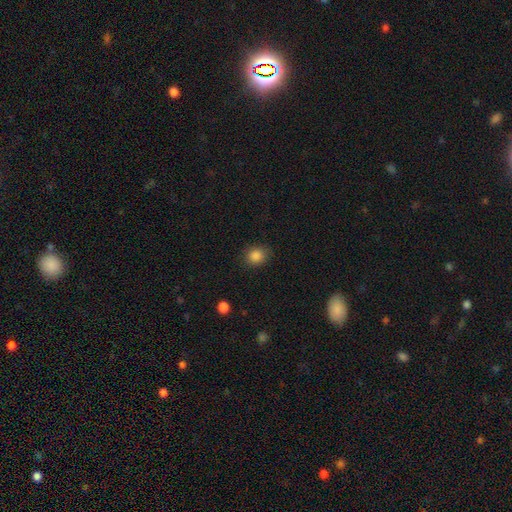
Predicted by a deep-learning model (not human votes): A smooth galaxy with no disk features (86%) that is round (71%).

Vote fractions:
- Smooth or featured? smooth: 86% / star or artifact: 10% / featured or disk: 4%
- How rounded? round: 71% / in between: 28% / cigar-shaped: 1%
- Merging? none: 85% / minor disturbance: 11% / major disturbance: 3% / merger: 1%